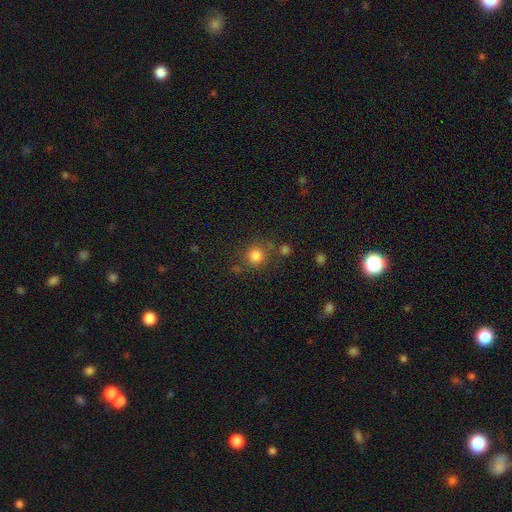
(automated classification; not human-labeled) Q: Smooth or featured?
A: smooth (82%); runner-up: star or artifact (13%)
Q: How rounded?
A: round (91%); runner-up: in between (8%)
Q: Merging?
A: none (72%); runner-up: minor disturbance (12%)